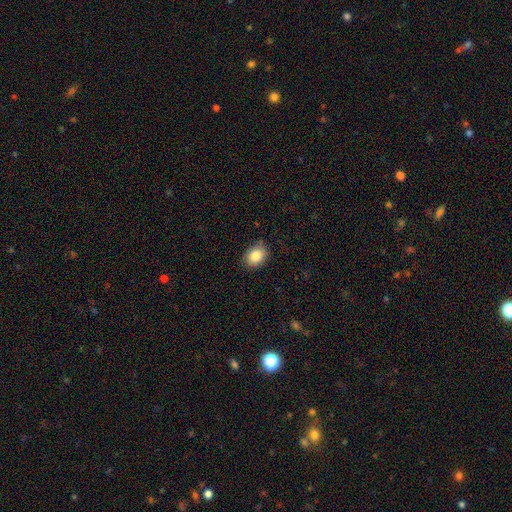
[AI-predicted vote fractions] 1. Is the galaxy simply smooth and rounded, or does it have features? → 86% smooth, 8% star or artifact, 6% featured or disk.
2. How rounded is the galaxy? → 65% in between, 34% round, 1% cigar-shaped.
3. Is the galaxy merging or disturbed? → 83% none, 13% minor disturbance, 3% major disturbance, 1% merger.